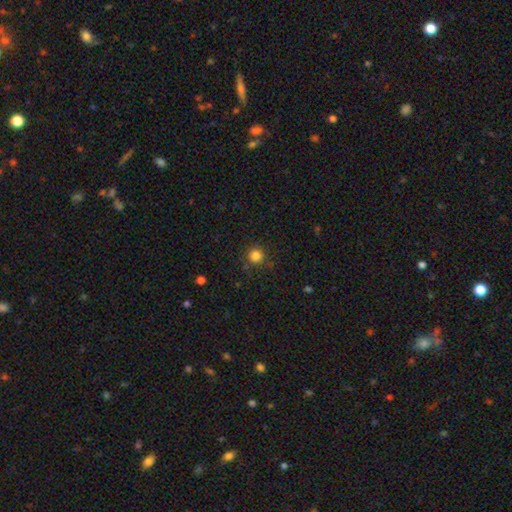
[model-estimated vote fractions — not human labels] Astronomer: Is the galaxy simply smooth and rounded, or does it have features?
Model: smooth — 83%.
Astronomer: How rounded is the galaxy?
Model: round — 95%.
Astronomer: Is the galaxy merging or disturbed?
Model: none — 86%.